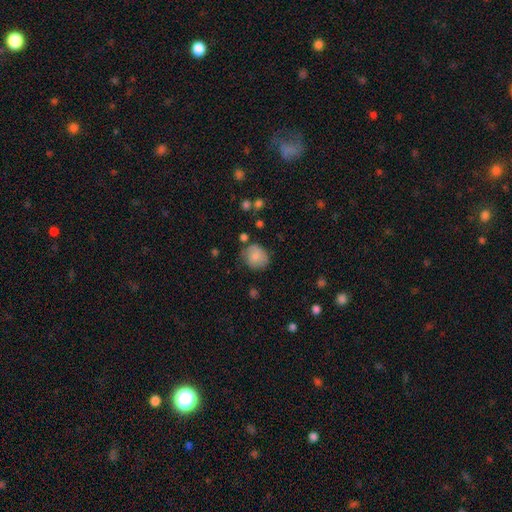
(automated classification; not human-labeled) smooth-or-featured: smooth: 81% | featured or disk: 11% | star or artifact: 8%
  how-rounded: round: 70% | in between: 29% | cigar-shaped: 1%
  merging: none: 65% | minor disturbance: 25% | major disturbance: 7% | merger: 3%